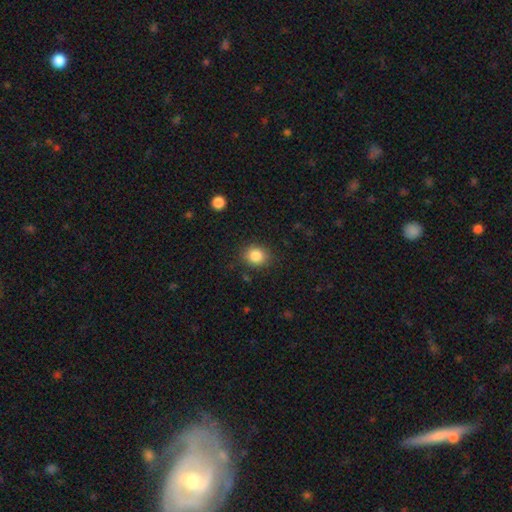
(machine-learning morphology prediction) smooth_or_featured: smooth (p=0.85) [alt: star or artifact p=0.10]
how_rounded: round (p=0.68) [alt: in between p=0.32]
merging: none (p=0.85) [alt: minor disturbance p=0.11]